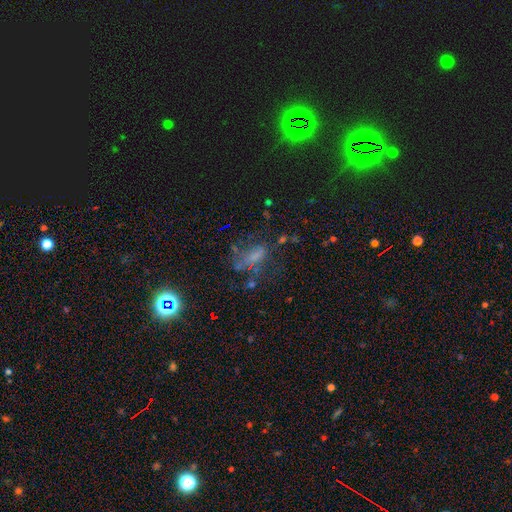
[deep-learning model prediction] Smooth or featured: star or artifact — 40% (tied with featured or disk — 40%)